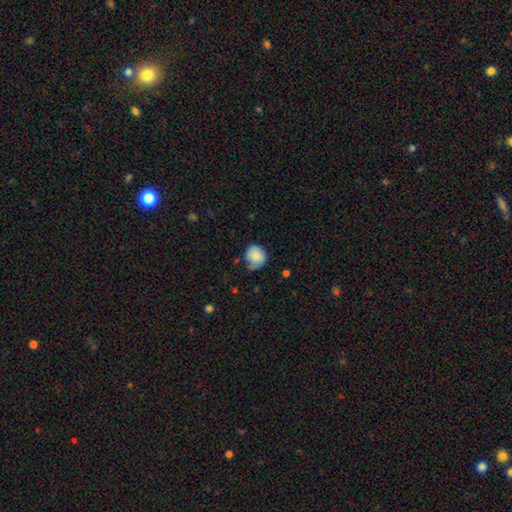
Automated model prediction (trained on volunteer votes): Q: Smooth or featured?
A: smooth (79%); runner-up: featured or disk (13%)
Q: How rounded?
A: round (82%); runner-up: in between (17%)
Q: Merging?
A: none (57%); runner-up: minor disturbance (34%)